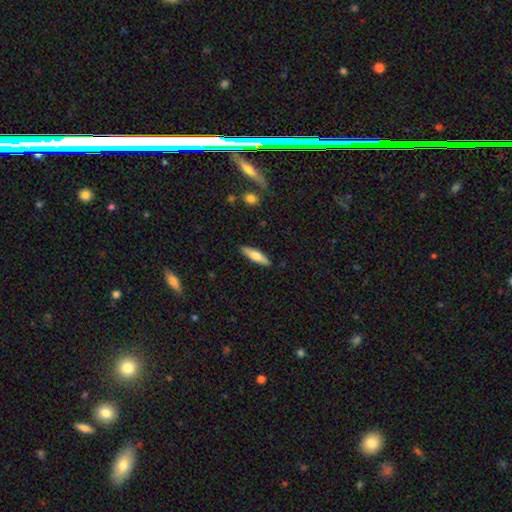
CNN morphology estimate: smooth_or_featured: smooth (p=0.65) [alt: featured or disk p=0.29]
how_rounded: cigar-shaped (p=0.69) [alt: in between p=0.30]
merging: none (p=0.89) [alt: minor disturbance p=0.08]